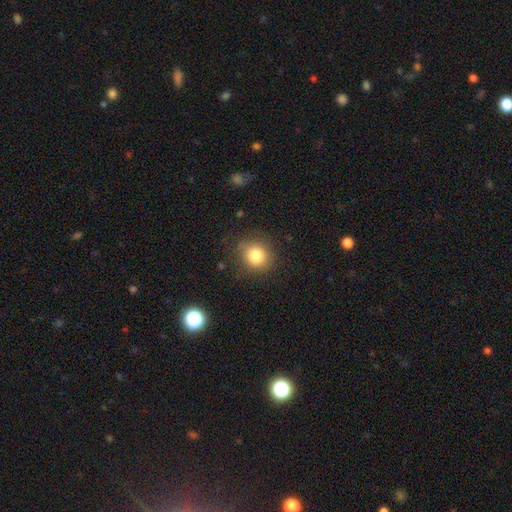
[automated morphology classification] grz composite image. It shows a smooth galaxy with no disk features (82%) that is round (84%). Merging: none (84%).